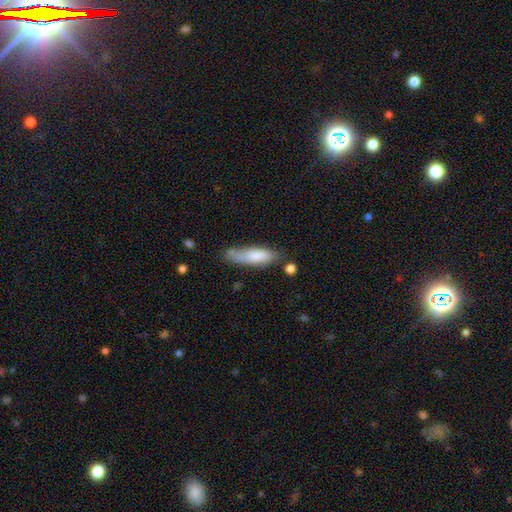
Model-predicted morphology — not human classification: Smooth or featured? Predicted: smooth (p=0.73). How rounded? Predicted: cigar-shaped (p=0.59). Merging? Predicted: none (p=0.57).